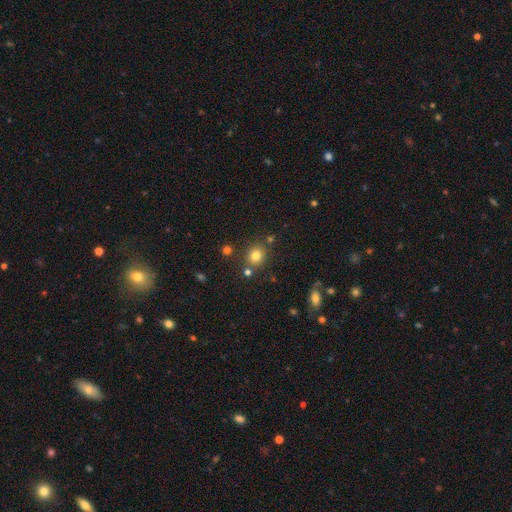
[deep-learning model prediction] Smooth or featured: smooth — 78% (star or artifact — 15%)
How rounded: round — 76% (in between — 23%)
Merging: none — 80% (minor disturbance — 9%)